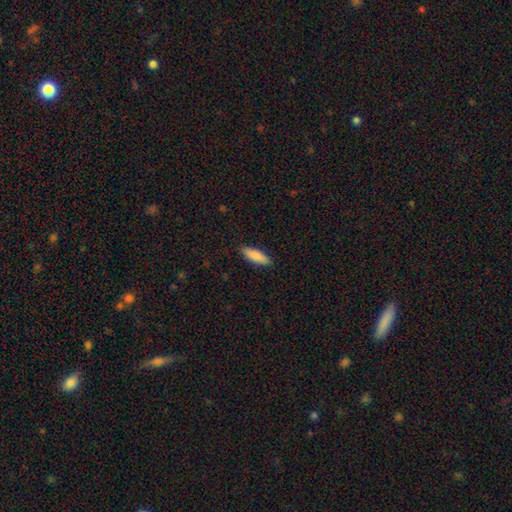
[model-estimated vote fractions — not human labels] smooth-or-featured: smooth: 86% | featured or disk: 8% | star or artifact: 6%
  how-rounded: in between: 50% | cigar-shaped: 49% | round: 2%
  merging: none: 89% | minor disturbance: 8% | major disturbance: 2% | merger: 1%